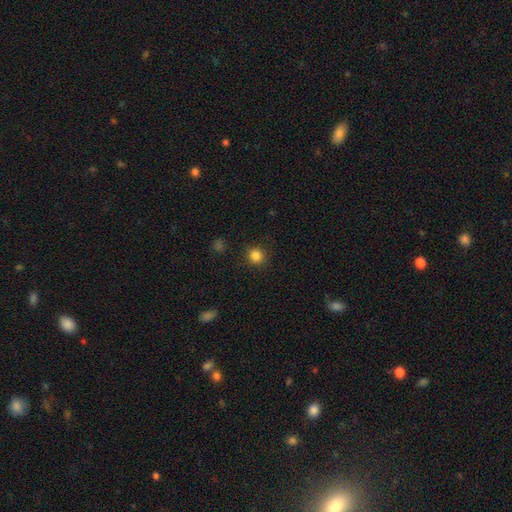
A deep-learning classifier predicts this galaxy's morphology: Q: Smooth or featured?
A: smooth (84%); runner-up: star or artifact (12%)
Q: How rounded?
A: round (93%); runner-up: in between (6%)
Q: Merging?
A: none (91%); runner-up: minor disturbance (6%)